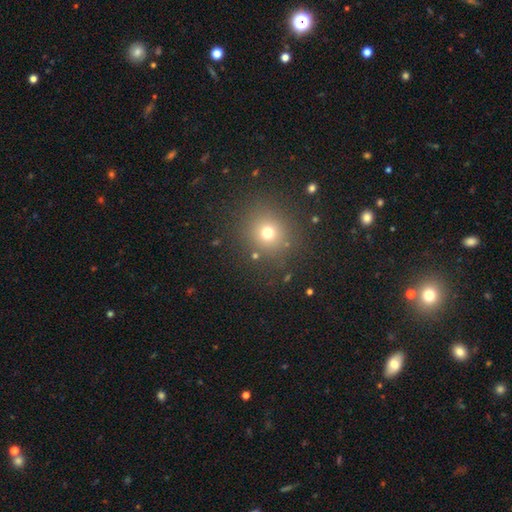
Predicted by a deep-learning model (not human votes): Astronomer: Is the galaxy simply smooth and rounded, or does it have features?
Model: smooth — 67%.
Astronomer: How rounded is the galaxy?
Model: round — 88%.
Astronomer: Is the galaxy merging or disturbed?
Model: none — 87%.